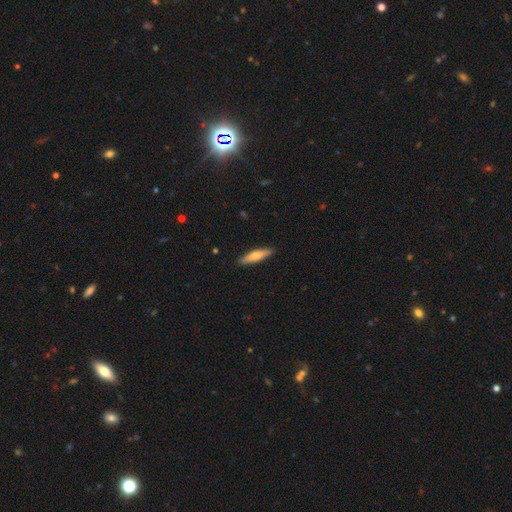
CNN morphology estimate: smooth 64%, featured or disk 30%, star or artifact 5%. Down the decision tree: how rounded — cigar-shaped (77%); merging — none (90%).